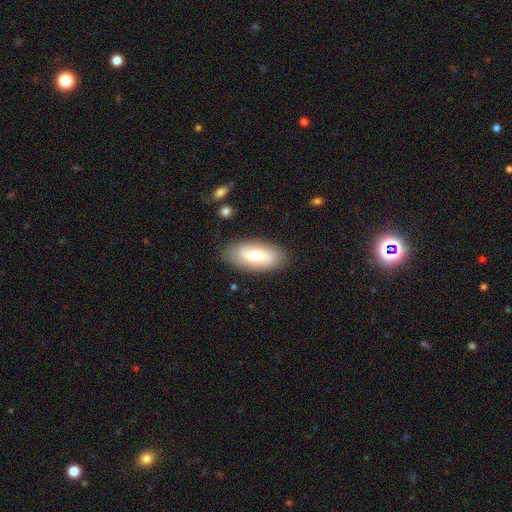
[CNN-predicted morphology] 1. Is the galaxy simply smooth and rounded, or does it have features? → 53% smooth, 40% featured or disk, 6% star or artifact.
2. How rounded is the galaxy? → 90% in between, 7% cigar-shaped, 3% round.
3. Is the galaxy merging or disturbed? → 83% none, 12% minor disturbance, 3% major disturbance, 2% merger.